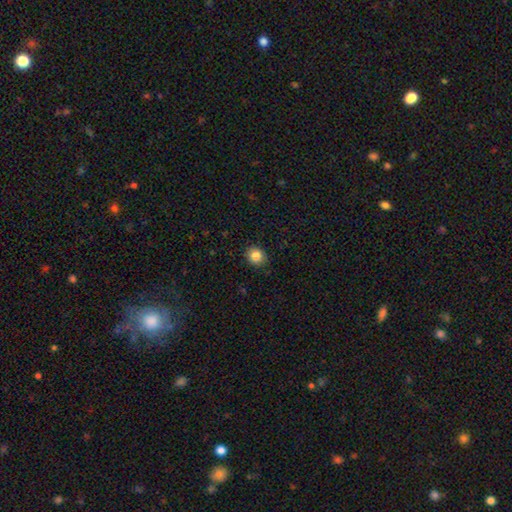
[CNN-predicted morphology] Smooth or featured? smooth (85%)
How rounded? round (81%)
Merging? none (90%)